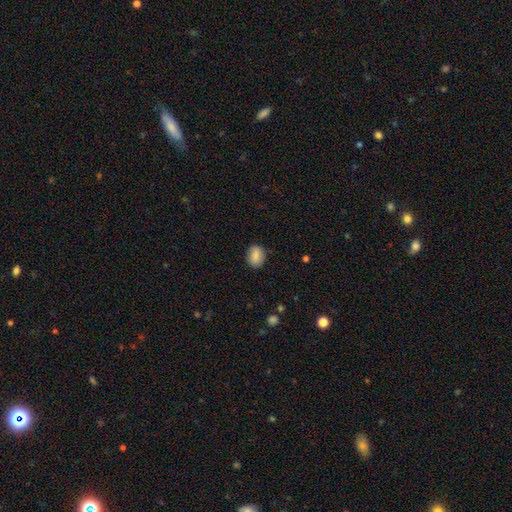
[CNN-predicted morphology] A smooth galaxy with no disk features (84%) that is in between round and cigar-shaped (53%). Merging: none (84%).